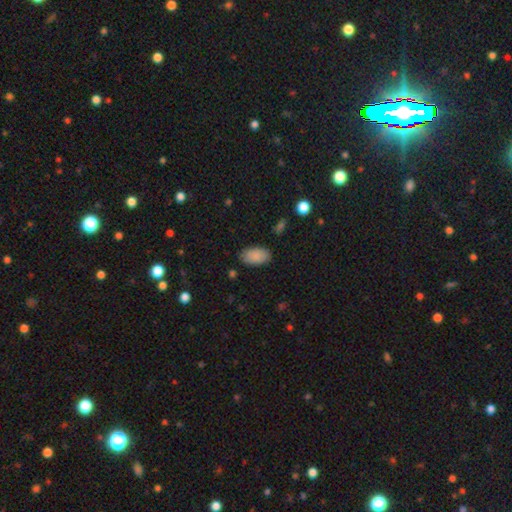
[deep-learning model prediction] smooth 88%, star or artifact 7%, featured or disk 5%. Down the decision tree: how rounded — in between (94%); merging — none (85%).